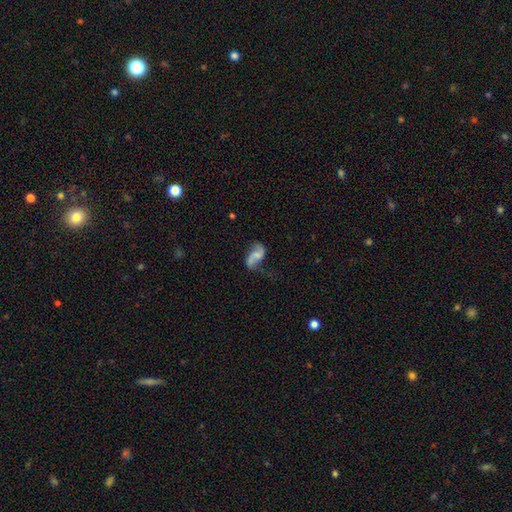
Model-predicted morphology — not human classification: Smooth or featured?
  - featured or disk: 69% *
  - smooth: 23%
  - star or artifact: 8%
Edge-on disk?
  - no: 97% *
  - yes: 3%
Bar?
  - no: 46% *
  - weak: 39%
  - strong: 15%
Spiral arms?
  - yes: 91% *
  - no: 9%
Spiral winding?
  - loose: 74% *
  - medium: 20%
  - tight: 6%
Spiral arm count?
  - 2: 89% *
  - 1: 4%
  - can't tell: 3%
  - 3: 1%
  - 4: 1%
  - more than 4: 1%
Bulge size?
  - none: 39% *
  - small: 33%
  - moderate: 22%
  - large: 5%
  - dominant: 2%
Merging?
  - none: 54% *
  - minor disturbance: 24%
  - major disturbance: 18%
  - merger: 4%